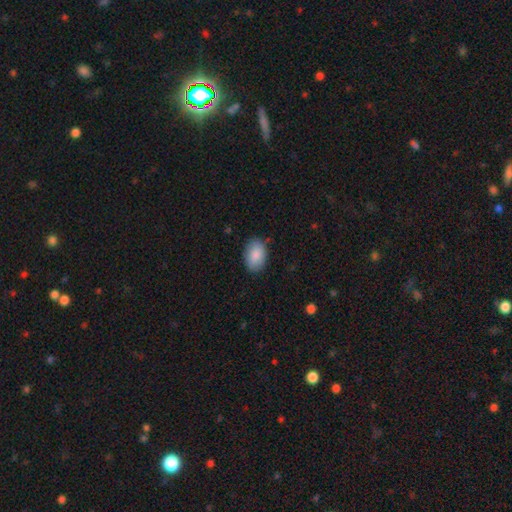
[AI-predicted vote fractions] Smooth or featured?
  - smooth: 87% *
  - featured or disk: 6%
  - star or artifact: 6%
How rounded?
  - in between: 89% *
  - round: 10%
  - cigar-shaped: 1%
Merging?
  - none: 84% *
  - minor disturbance: 13%
  - major disturbance: 3%
  - merger: 1%